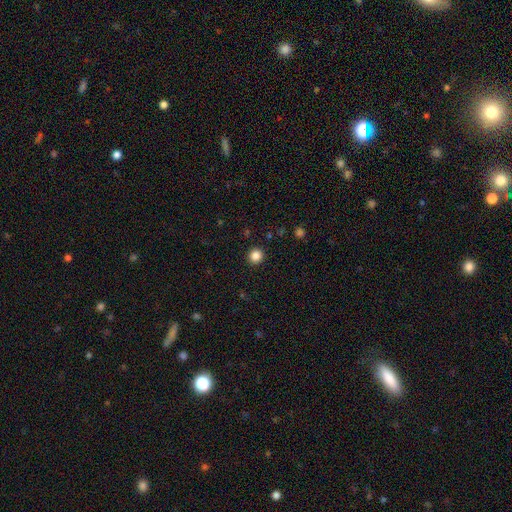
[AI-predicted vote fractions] Q: Smooth or featured?
A: smooth (85%); runner-up: star or artifact (11%)
Q: How rounded?
A: round (93%); runner-up: in between (6%)
Q: Merging?
A: none (93%); runner-up: minor disturbance (4%)